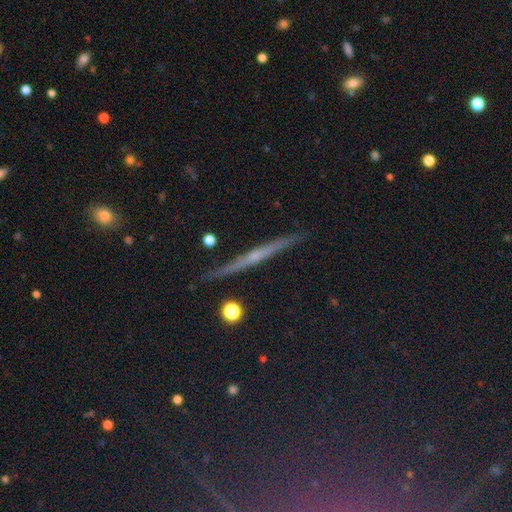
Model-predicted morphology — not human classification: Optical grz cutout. It shows a featured or disk galaxy (62%) viewed edge-on (97%) with a rounded central bulge (49%). Merging: none (90%).